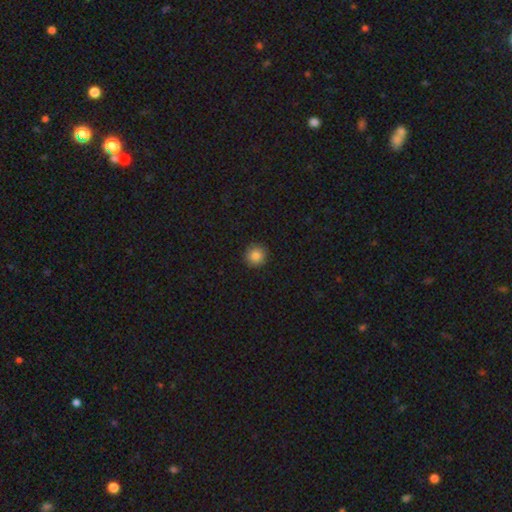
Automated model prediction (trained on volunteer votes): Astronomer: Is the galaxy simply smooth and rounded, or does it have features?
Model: smooth — 86%.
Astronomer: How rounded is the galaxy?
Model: round — 95%.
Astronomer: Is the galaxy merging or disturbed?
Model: none — 92%.